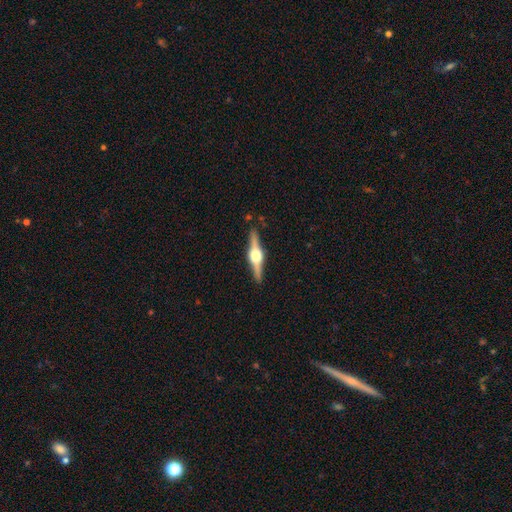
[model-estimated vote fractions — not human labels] Overall: featured or disk (83%). Edge-on disk: yes (98%). Edge-on bulge: rounded (95%). Merging: none (90%).